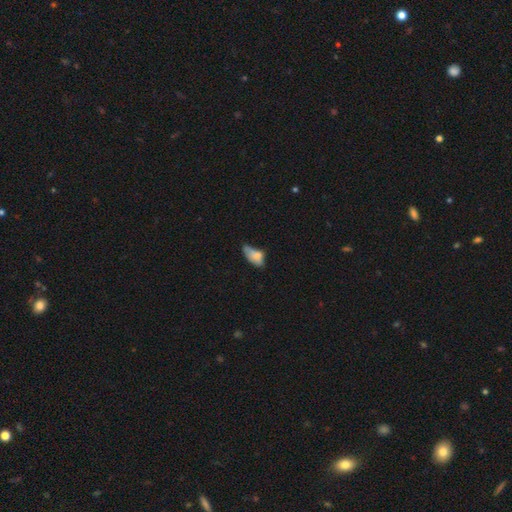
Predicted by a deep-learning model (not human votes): Smooth or featured? Predicted: smooth (p=0.71). How rounded? Predicted: in between (p=0.88). Merging? Predicted: minor disturbance (p=0.41).